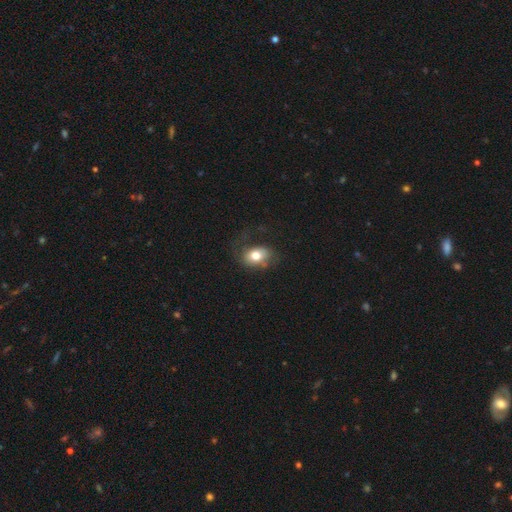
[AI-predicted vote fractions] This is likely a smooth galaxy (73%). How rounded: likely in between (71%). Merging: possibly none (48%).